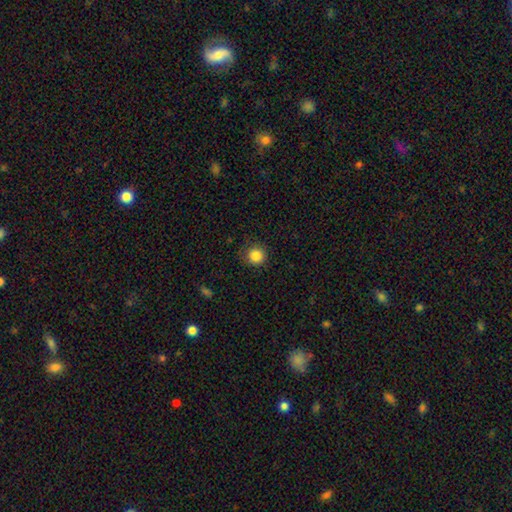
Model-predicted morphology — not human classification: A smooth galaxy with no disk features (86%) that is round (93%). Merging: none (83%).